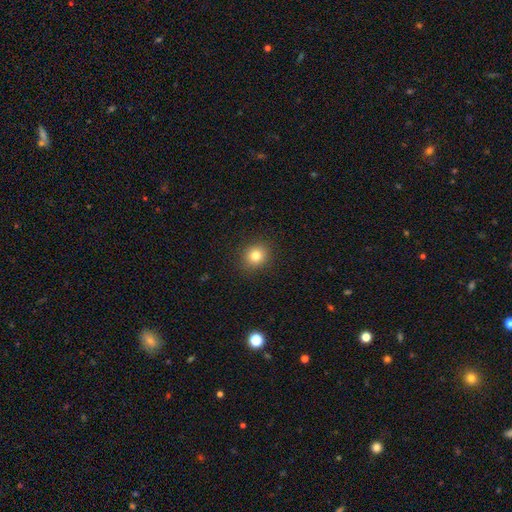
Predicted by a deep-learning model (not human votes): Smooth or featured? Predicted: smooth (p=0.80). How rounded? Predicted: round (p=0.83). Merging? Predicted: none (p=0.90).